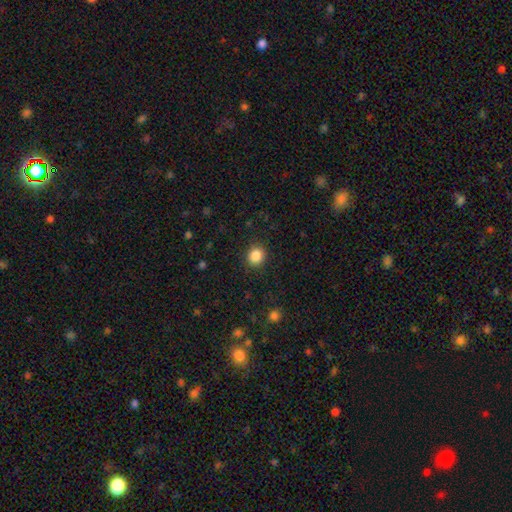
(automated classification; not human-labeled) A smooth galaxy with no disk features (86%) that is round (81%).

Vote fractions:
- Smooth or featured? smooth: 86% / star or artifact: 10% / featured or disk: 4%
- How rounded? round: 81% / in between: 18% / cigar-shaped: 1%
- Merging? none: 90% / minor disturbance: 7% / major disturbance: 3% / merger: 1%